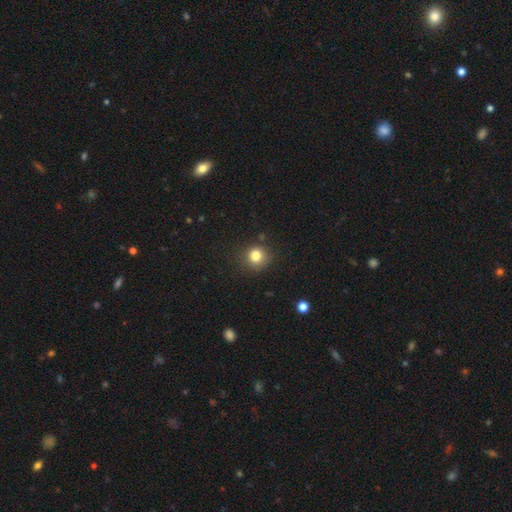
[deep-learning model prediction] smooth 82%, star or artifact 13%, featured or disk 6%. Down the decision tree: how rounded — round (87%); merging — none (81%).